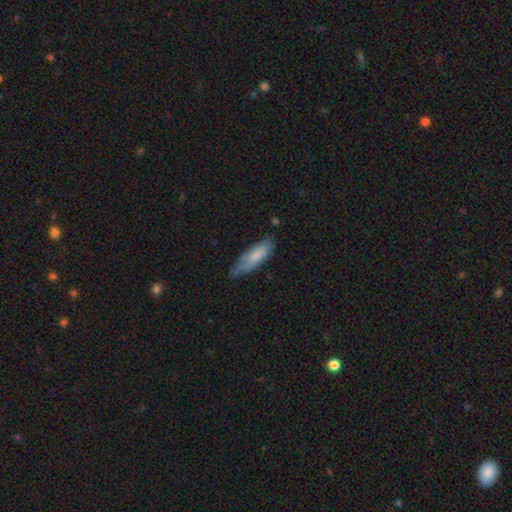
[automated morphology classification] Smooth or featured: smooth — 73% (featured or disk — 21%)
How rounded: cigar-shaped — 53% (in between — 46%)
Merging: none — 57% (minor disturbance — 34%)